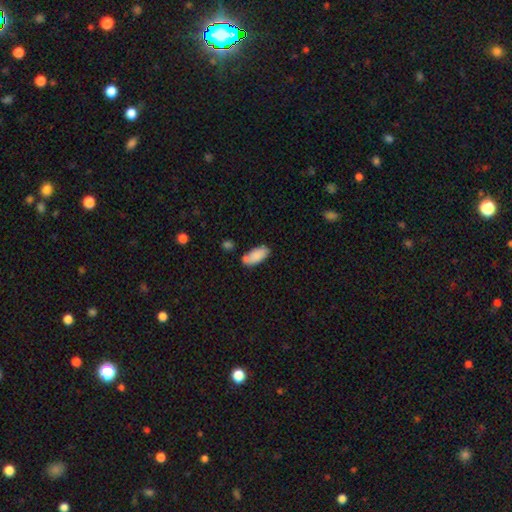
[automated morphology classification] Overall: smooth (85%). How rounded: in between (89%). Merging: none (62%).